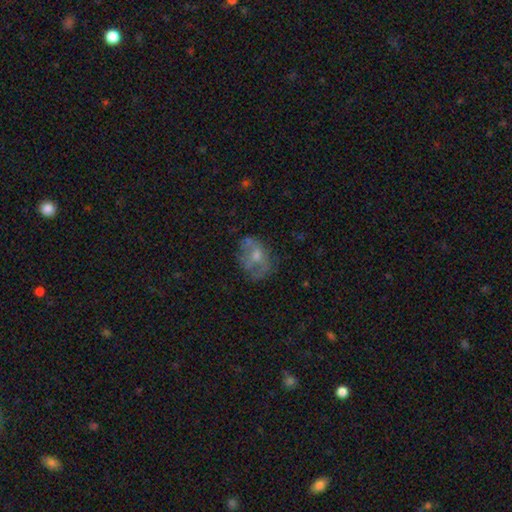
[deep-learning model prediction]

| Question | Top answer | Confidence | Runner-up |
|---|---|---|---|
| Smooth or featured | featured or disk | 46% | smooth (43%) |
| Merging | none | 48% | minor disturbance (25%) |